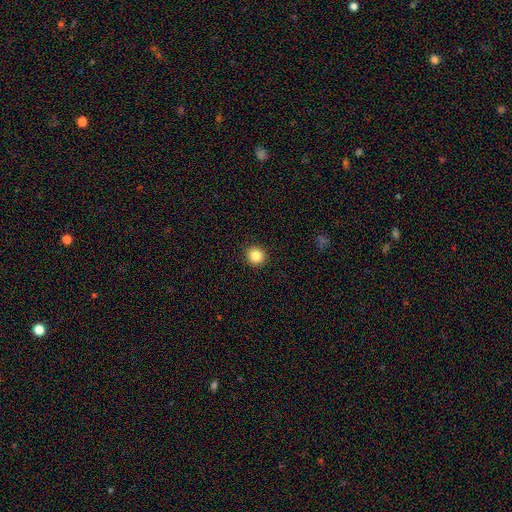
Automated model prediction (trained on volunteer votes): The model was most divided on "smooth or featured": smooth: 85%, star or artifact: 10%, featured or disk: 5%. More confident: how rounded — round (94%); merging — none (93%).